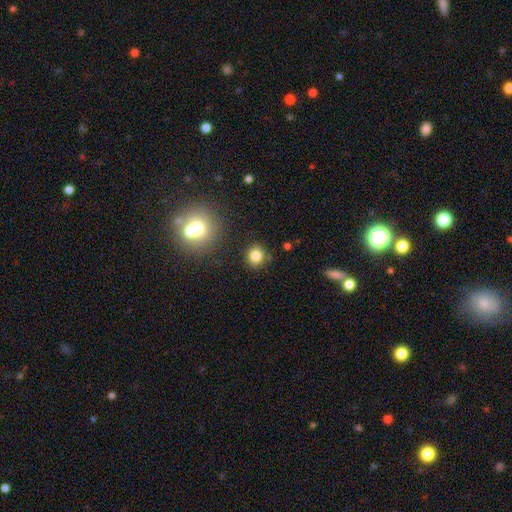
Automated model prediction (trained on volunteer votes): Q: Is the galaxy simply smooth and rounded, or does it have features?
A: smooth — 82%.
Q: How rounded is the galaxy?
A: round — 87%.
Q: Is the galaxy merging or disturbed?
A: none — 84%.